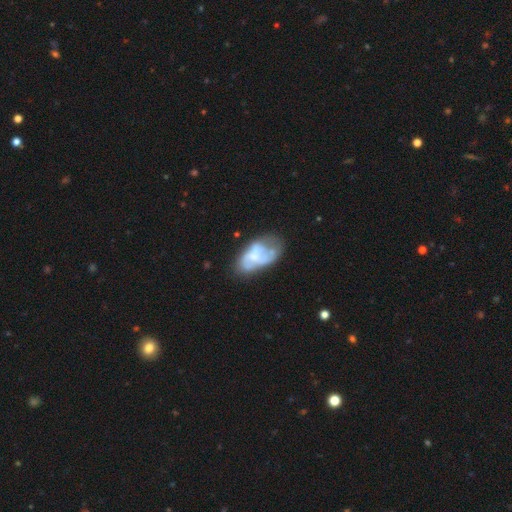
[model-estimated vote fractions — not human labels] A featured or disk galaxy (56%) with no bar (78%), no spiral arms (69%) and no central bulge (39%). Merging: none (33%).